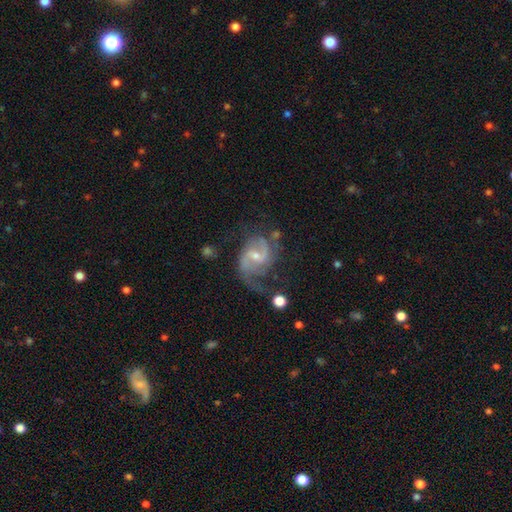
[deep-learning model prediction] Morphology: type=featured or disk (87%); edge-on=no (98%); bar=weak (54%); spiral arms=yes (96%); winding=medium (51%); arm count=2 (81%); bulge=small (55%); merging=none (57%).